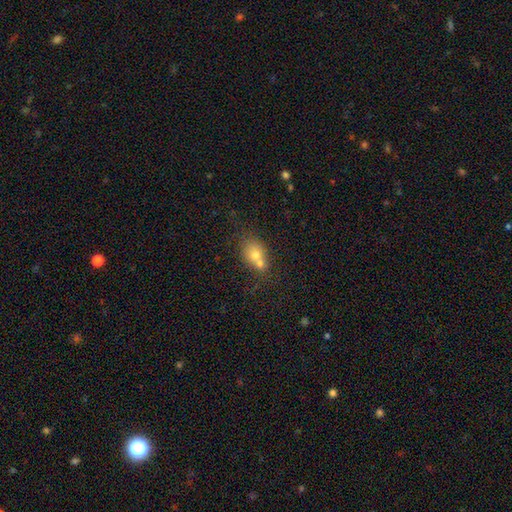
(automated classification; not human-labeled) Overall: smooth (68%). How rounded: round (52%; in between 46%). Merging: merger (49%; none 37%).